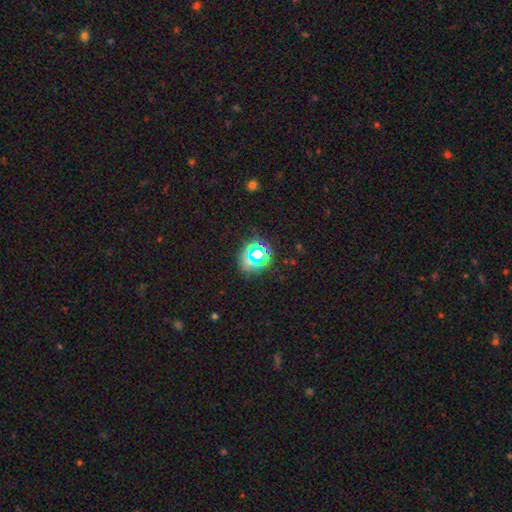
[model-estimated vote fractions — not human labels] This is likely a star or artifact rather than a galaxy (61%).